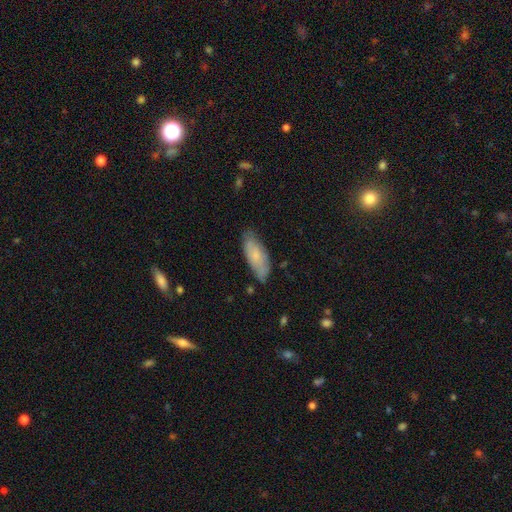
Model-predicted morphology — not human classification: A smooth galaxy with no disk features (69%) that is in between round and cigar-shaped (76%). Merging: none (71%).